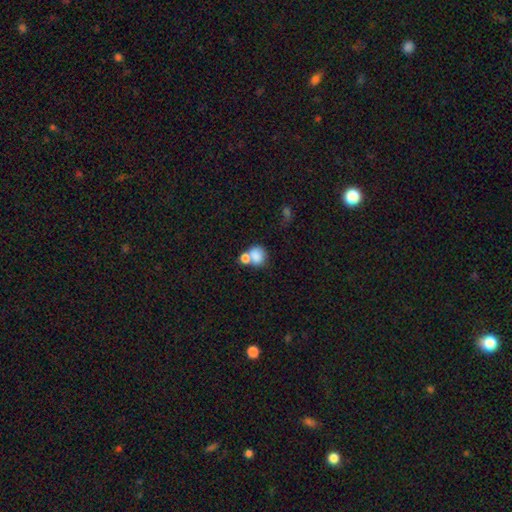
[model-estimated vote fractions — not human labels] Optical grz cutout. It shows a smooth galaxy with no disk features (81%) that is round (67%). Merging: merger (52%).